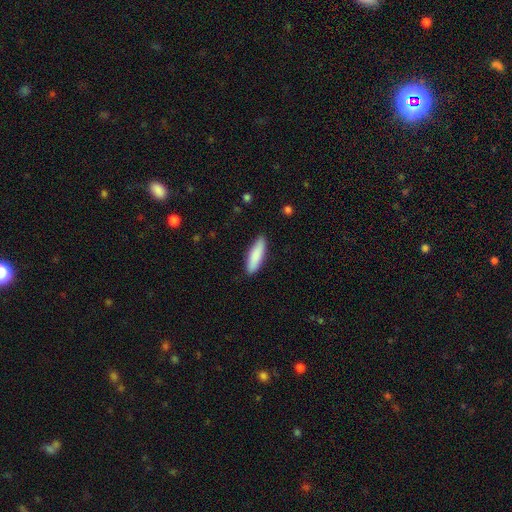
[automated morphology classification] type=smooth (86%); roundness=cigar-shaped (57%); merging=none (88%).